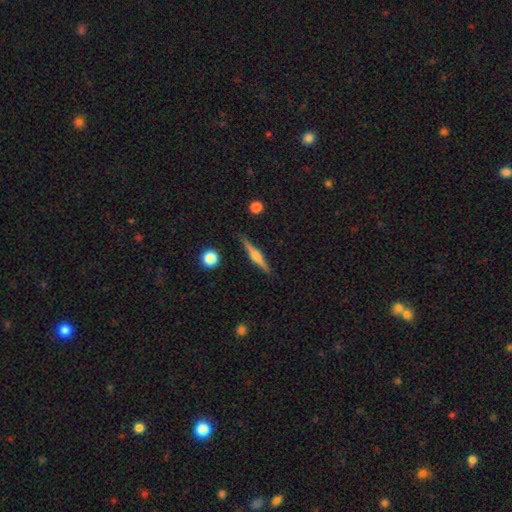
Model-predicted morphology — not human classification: Smooth or featured: featured or disk — 67% (smooth — 26%)
Edge-on disk: yes — 97% (no — 3%)
Edge-on bulge: rounded — 83% (boxy — 11%)
Merging: none — 87% (minor disturbance — 9%)